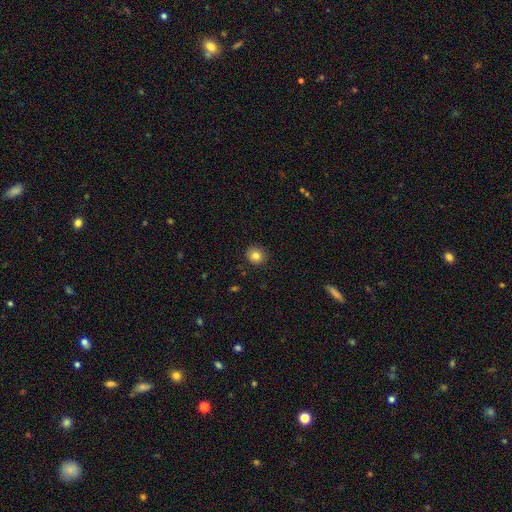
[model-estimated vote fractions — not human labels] Smooth or featured: smooth — 83% (star or artifact — 10%)
How rounded: round — 88% (in between — 11%)
Merging: none — 90% (minor disturbance — 7%)